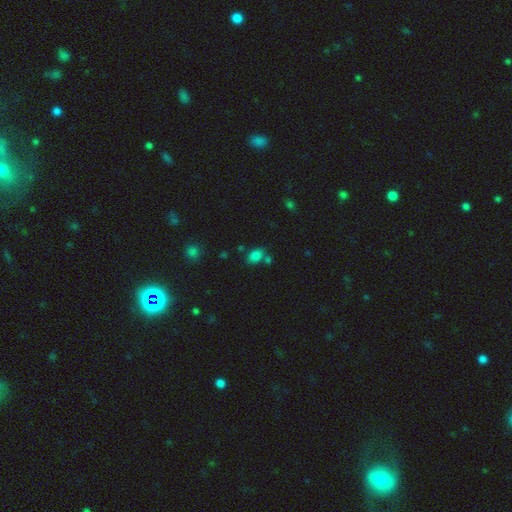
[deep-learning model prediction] smooth_or_featured: smooth (p=0.80) [alt: star or artifact p=0.15]
how_rounded: in between (p=0.78) [alt: round p=0.21]
merging: none (p=0.65) [alt: merger p=0.17]